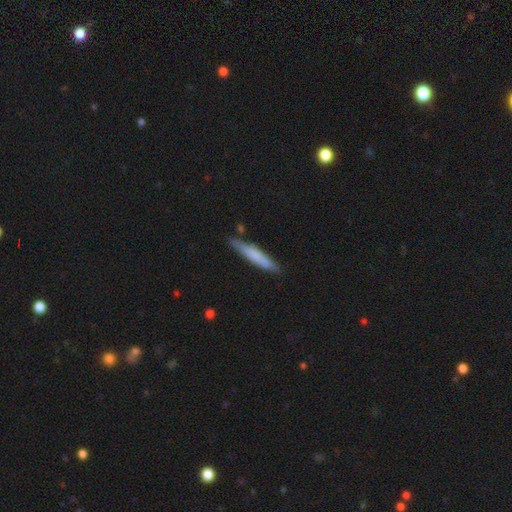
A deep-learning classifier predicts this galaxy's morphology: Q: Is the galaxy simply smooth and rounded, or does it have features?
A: smooth — 62%.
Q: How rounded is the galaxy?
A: cigar-shaped — 93%.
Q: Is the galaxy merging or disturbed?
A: none — 80%.